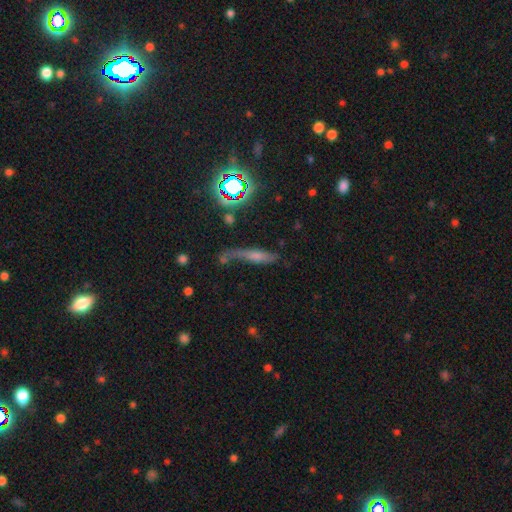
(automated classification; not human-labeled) The model was most divided on "smooth or featured": smooth: 40%, featured or disk: 36%, star or artifact: 24%. Remaining: merging — none (47%).